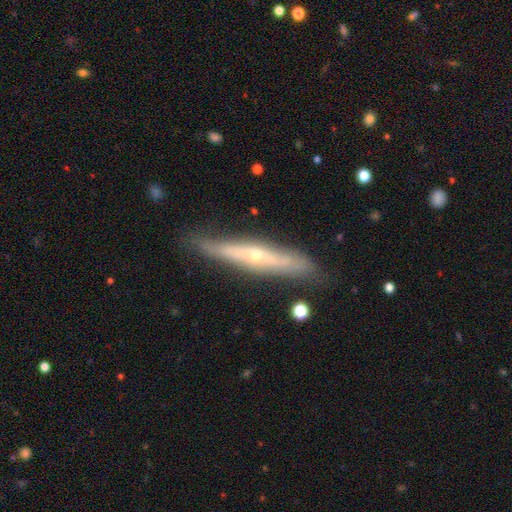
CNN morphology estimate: Smooth or featured? featured or disk (69%)
Edge-on disk? yes (84%)
Edge-on bulge? rounded (77%)
Merging? none (81%)